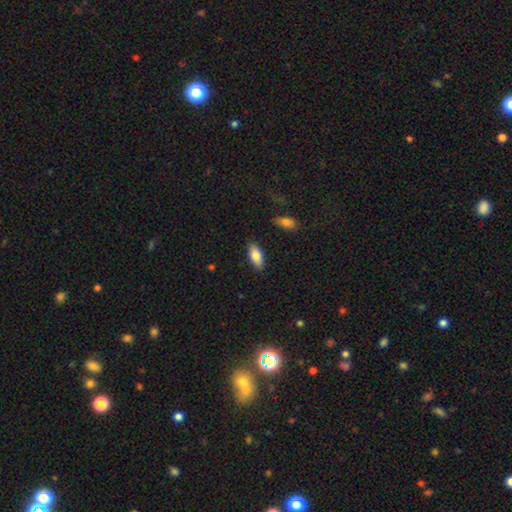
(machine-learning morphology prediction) A smooth galaxy with no disk features (79%) that is in between round and cigar-shaped (83%).

Vote fractions:
- Smooth or featured? smooth: 79% / featured or disk: 14% / star or artifact: 6%
- How rounded? in between: 83% / cigar-shaped: 14% / round: 2%
- Merging? none: 86% / minor disturbance: 11% / major disturbance: 2% / merger: 2%